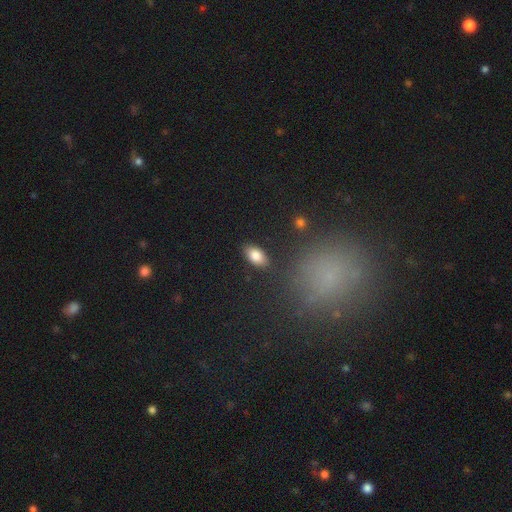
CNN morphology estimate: A smooth galaxy with no disk features (84%) that is in between round and cigar-shaped (93%). Merging: none (85%).